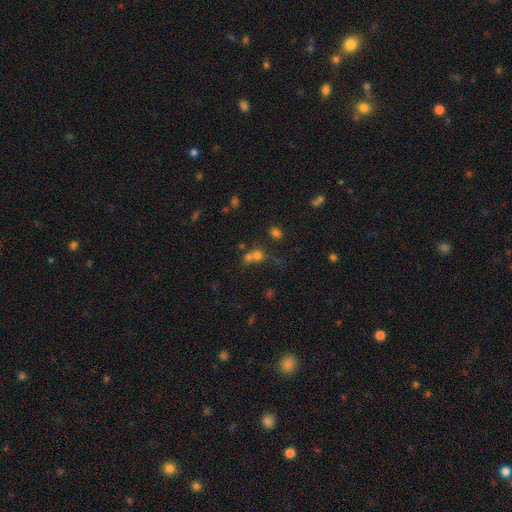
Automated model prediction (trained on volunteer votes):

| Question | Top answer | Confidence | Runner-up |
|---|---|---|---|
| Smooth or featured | smooth | 65% | star or artifact (21%) |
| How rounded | round | 79% | in between (20%) |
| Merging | merger | 52% | none (36%) |